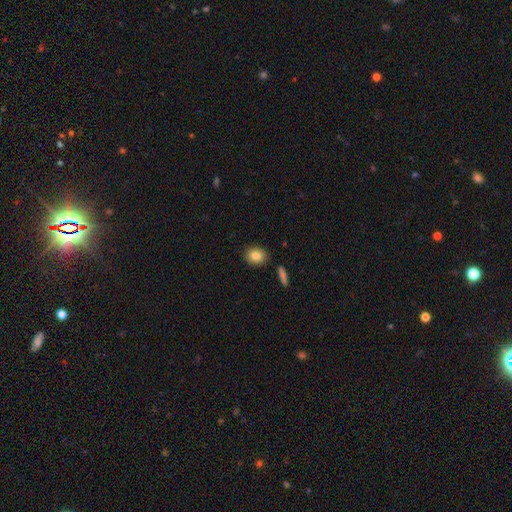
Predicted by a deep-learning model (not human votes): A smooth galaxy with no disk features (83%) that is round (56%). Merging: none (87%).